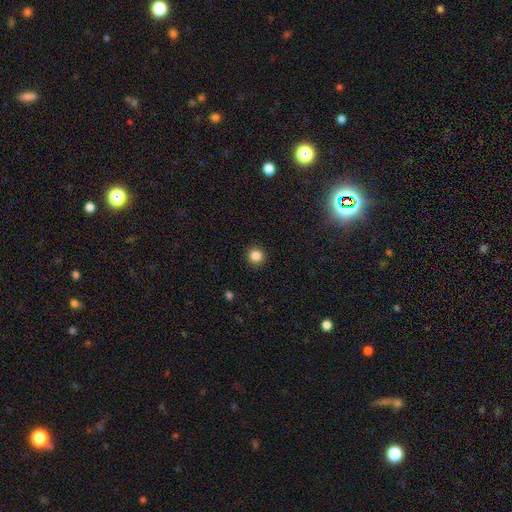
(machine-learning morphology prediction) type=smooth (84%); roundness=round (94%); merging=none (92%).